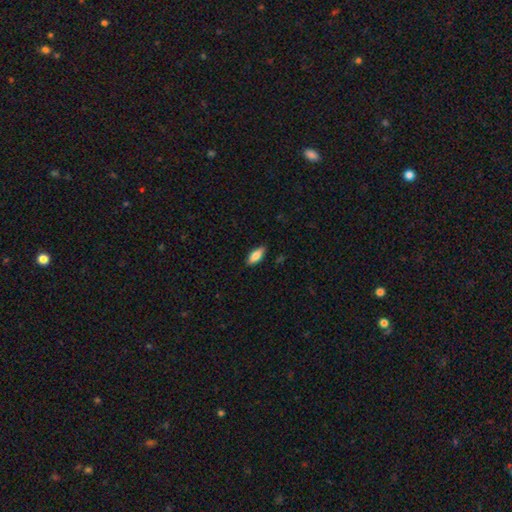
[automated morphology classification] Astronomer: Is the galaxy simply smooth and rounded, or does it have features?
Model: smooth — 79%.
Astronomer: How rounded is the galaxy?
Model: in between — 77%.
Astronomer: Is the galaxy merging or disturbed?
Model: none — 87%.